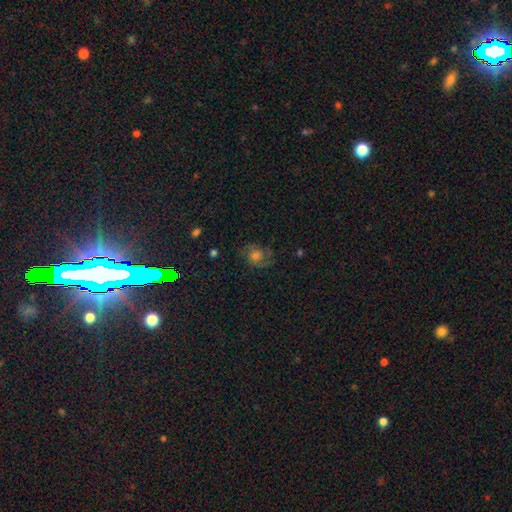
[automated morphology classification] featured or disk 49%, smooth 32%, star or artifact 19%. Down the decision tree: merging — none (69%).